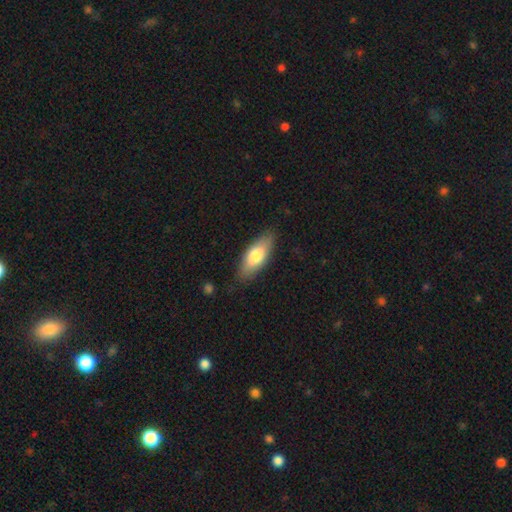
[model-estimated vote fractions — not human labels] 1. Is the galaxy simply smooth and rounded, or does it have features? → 73% smooth, 22% featured or disk, 6% star or artifact.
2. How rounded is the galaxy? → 73% in between, 24% cigar-shaped, 2% round.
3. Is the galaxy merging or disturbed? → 83% none, 13% minor disturbance, 3% major disturbance, 1% merger.